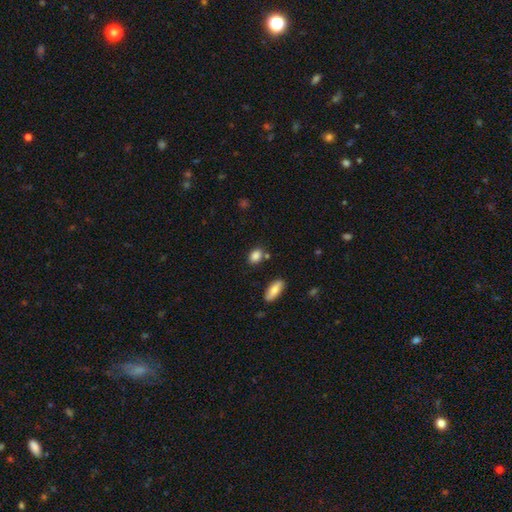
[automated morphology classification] Smooth or featured?
  - smooth: 85% *
  - star or artifact: 9%
  - featured or disk: 6%
How rounded?
  - in between: 72% *
  - round: 25%
  - cigar-shaped: 3%
Merging?
  - none: 75% *
  - minor disturbance: 13%
  - merger: 9%
  - major disturbance: 3%